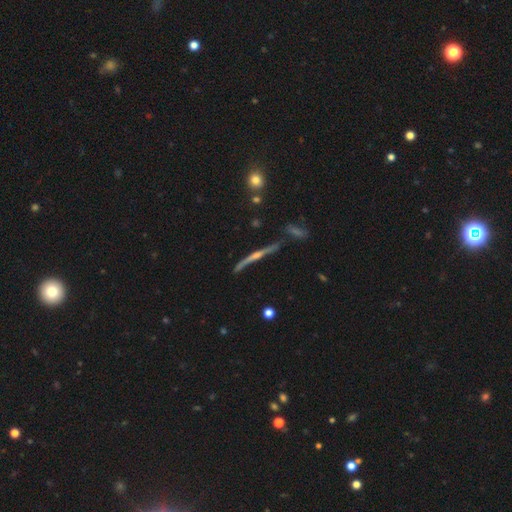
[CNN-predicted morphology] A featured or disk galaxy (73%) viewed edge-on (92%) with a rounded central bulge (76%).

Vote fractions:
- Smooth or featured? featured or disk: 73% / smooth: 15% / star or artifact: 12%
- Edge-on disk? yes: 92% / no: 8%
- Edge-on bulge? rounded: 76% / none: 16% / boxy: 8%
- Merging? none: 73% / minor disturbance: 14% / merger: 8% / major disturbance: 6%